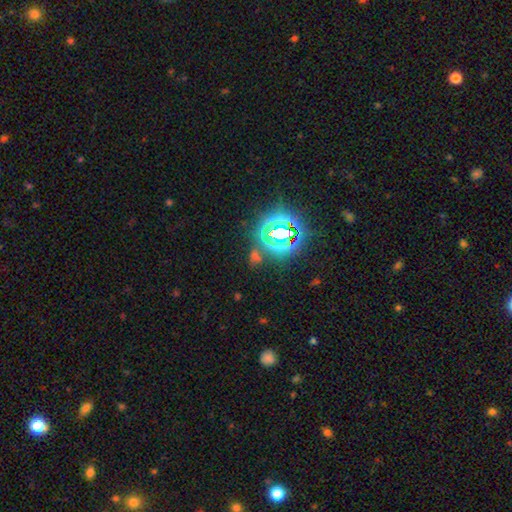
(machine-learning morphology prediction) Smooth or featured? Predicted: star or artifact (p=0.68).